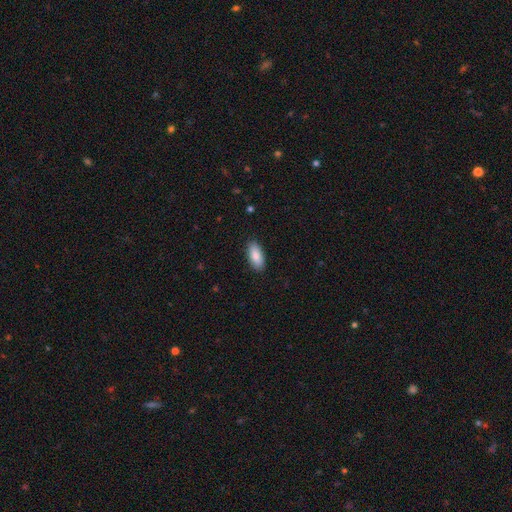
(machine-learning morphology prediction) Smooth or featured?
  - smooth: 85% *
  - featured or disk: 9%
  - star or artifact: 6%
How rounded?
  - in between: 89% *
  - cigar-shaped: 8%
  - round: 2%
Merging?
  - none: 89% *
  - minor disturbance: 8%
  - major disturbance: 2%
  - merger: 1%